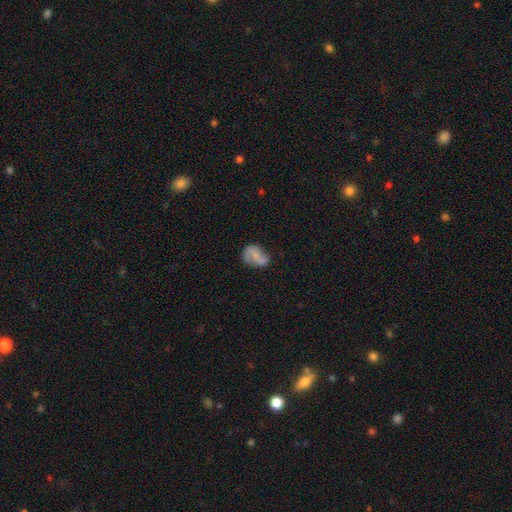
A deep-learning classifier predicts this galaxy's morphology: A featured or disk galaxy (49%). Merging: none (52%).